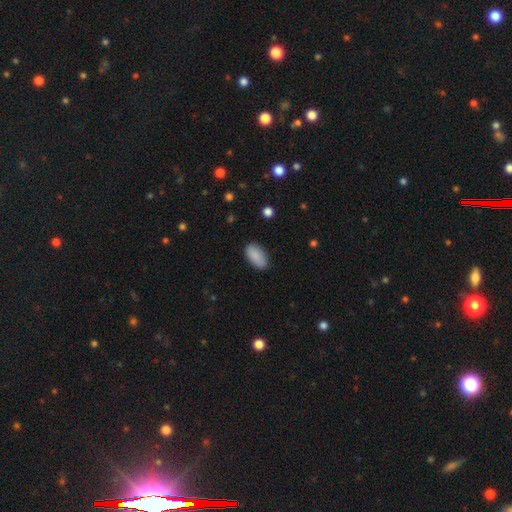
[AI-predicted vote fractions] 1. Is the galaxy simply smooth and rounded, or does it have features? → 89% smooth, 7% star or artifact, 5% featured or disk.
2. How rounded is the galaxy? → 94% in between, 3% round, 3% cigar-shaped.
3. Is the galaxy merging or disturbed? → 85% none, 11% minor disturbance, 2% major disturbance, 1% merger.